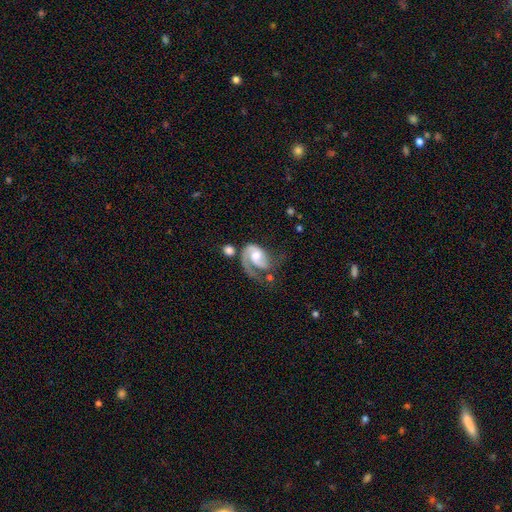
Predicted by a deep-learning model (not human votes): Overall: featured or disk (84%). Edge-on disk: no (98%). Bar: no (54%; weak 35%). Spiral arms: yes (95%). Spiral arm count: 1 (57%; 2 36%). Spiral winding: medium (44%; loose 30%). Bulge size: moderate (57%; small 20%). Merging: major disturbance (35%; none 34%).